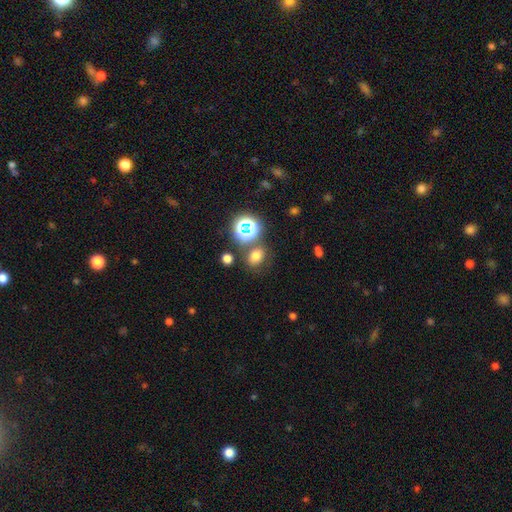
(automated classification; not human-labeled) This is likely a smooth galaxy (68%). How rounded: possibly in between (50%). Merging: likely none (72%).